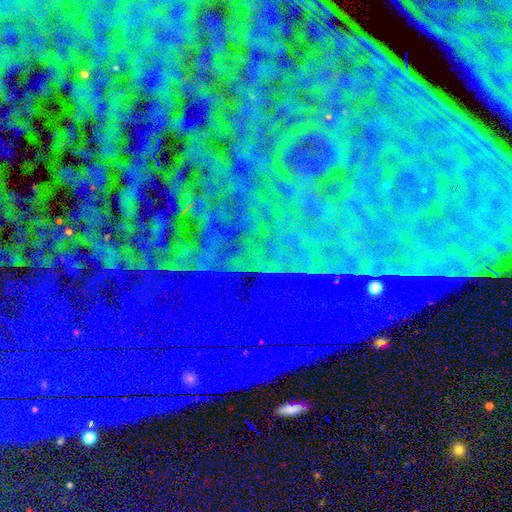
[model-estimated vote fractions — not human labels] A star or artifact, not a galaxy (86%).